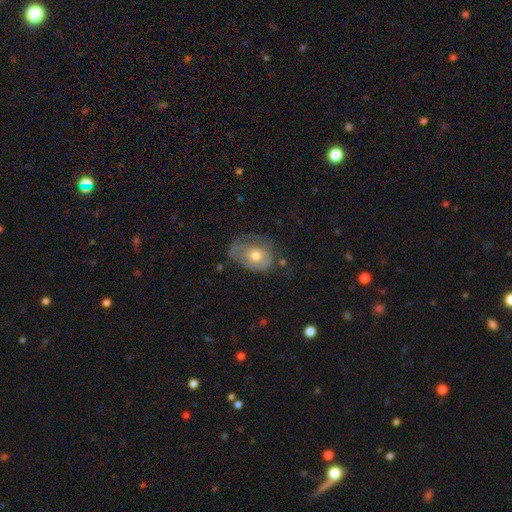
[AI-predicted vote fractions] smooth 53%, featured or disk 39%, star or artifact 8%. Down the decision tree: how rounded — in between (64%); merging — none (42%).